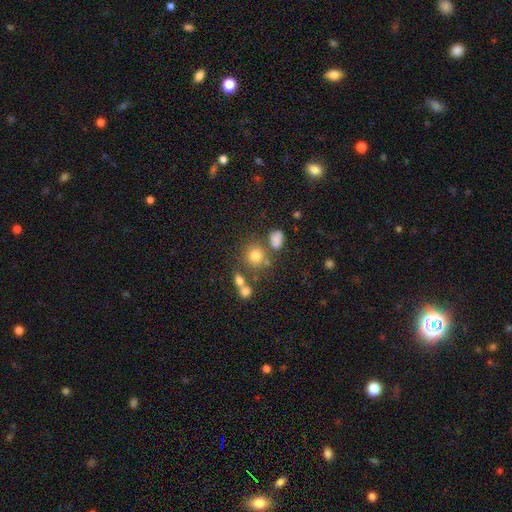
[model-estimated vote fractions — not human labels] Smooth or featured? smooth (72%)
How rounded? round (84%)
Merging? none (63%)